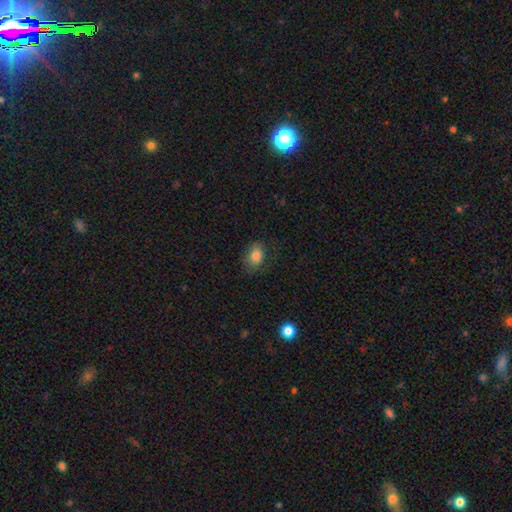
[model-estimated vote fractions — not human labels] Morphology: type=smooth (84%); roundness=in between (75%); merging=none (74%).